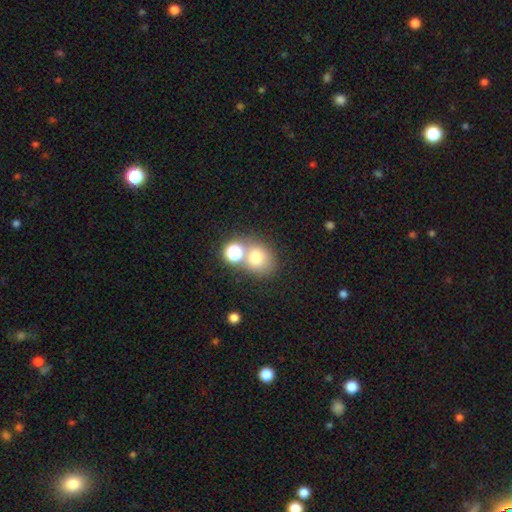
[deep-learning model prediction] smooth_or_featured: smooth (p=0.72) [alt: star or artifact p=0.16]
how_rounded: round (p=0.67) [alt: in between p=0.32]
merging: none (p=0.51) [alt: merger p=0.32]